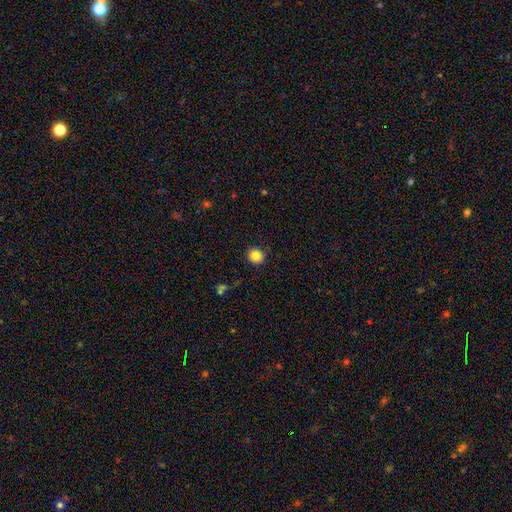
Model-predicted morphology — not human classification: The model was most divided on "smooth or featured": smooth: 85%, star or artifact: 10%, featured or disk: 5%. More confident: merging — none (89%); how rounded — round (88%).